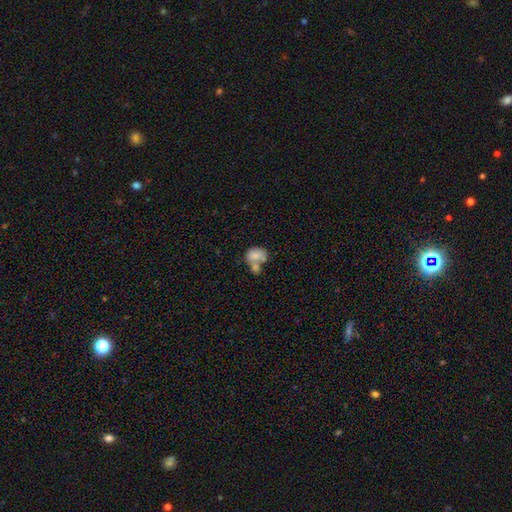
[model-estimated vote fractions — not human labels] A smooth galaxy with no disk features (76%) that is in between round and cigar-shaped (66%). Merging: merger (56%).